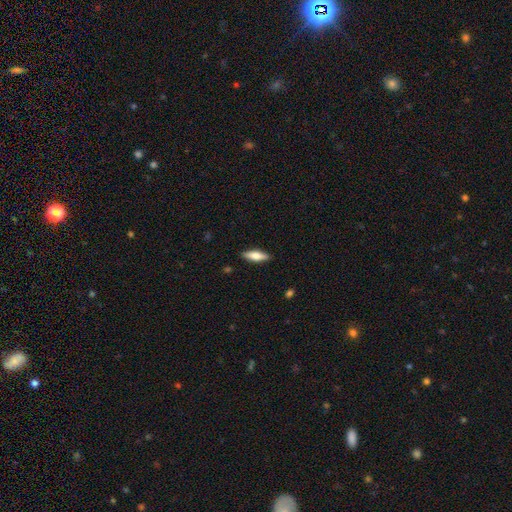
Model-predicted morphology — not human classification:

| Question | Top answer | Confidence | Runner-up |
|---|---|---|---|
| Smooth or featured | smooth | 63% | featured or disk (32%) |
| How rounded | in between | 49% | tied: cigar-shaped (49%) |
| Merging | none | 89% | minor disturbance (8%) |